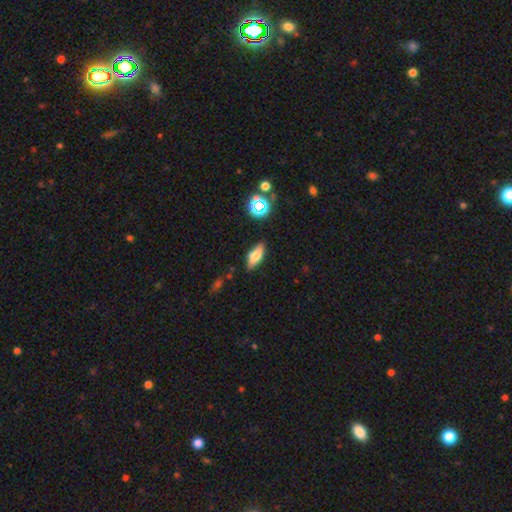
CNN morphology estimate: A smooth galaxy with no disk features (66%) that is in between round and cigar-shaped (74%).

Vote fractions:
- Smooth or featured? smooth: 66% / featured or disk: 23% / star or artifact: 11%
- How rounded? in between: 74% / cigar-shaped: 22% / round: 4%
- Merging? none: 81% / minor disturbance: 13% / major disturbance: 3% / merger: 2%